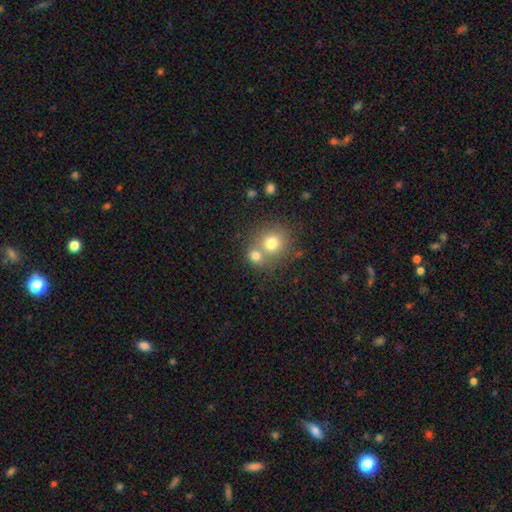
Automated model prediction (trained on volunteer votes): Smooth or featured? Predicted: smooth (p=0.76). How rounded? Predicted: round (p=0.80). Merging? Predicted: merger (p=0.49).